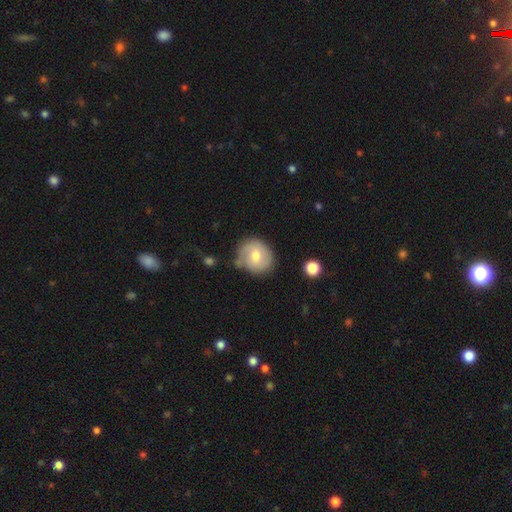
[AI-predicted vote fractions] Overall: smooth (62%; featured or disk 31%). How rounded: round (80%). Merging: none (63%; minor disturbance 25%).